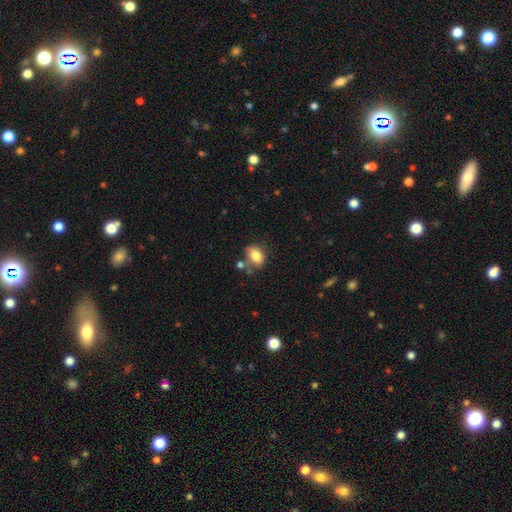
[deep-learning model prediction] smooth 82%, featured or disk 9%, star or artifact 9%. Down the decision tree: how rounded — in between (73%); merging — none (58%).